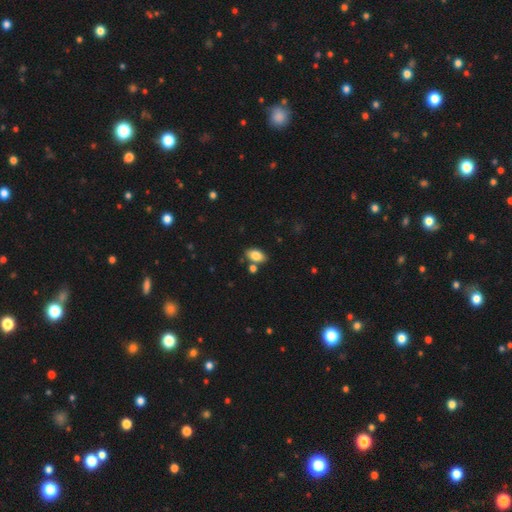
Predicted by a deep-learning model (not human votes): Overall: smooth (83%). How rounded: in between (92%). Merging: none (76%).